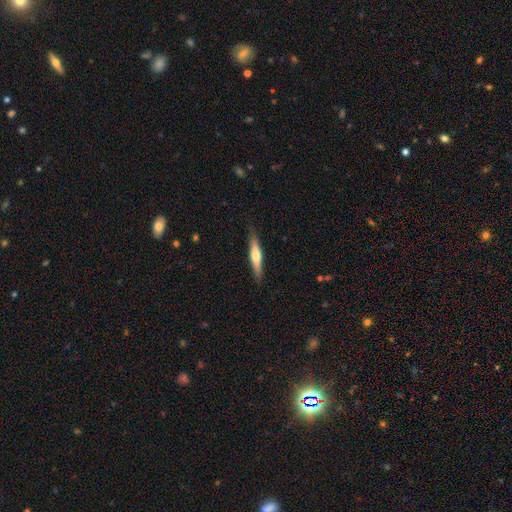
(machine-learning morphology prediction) smooth-or-featured: featured or disk: 48% | smooth: 47% | star or artifact: 6%
  merging: none: 85% | minor disturbance: 12% | major disturbance: 2% | merger: 1%